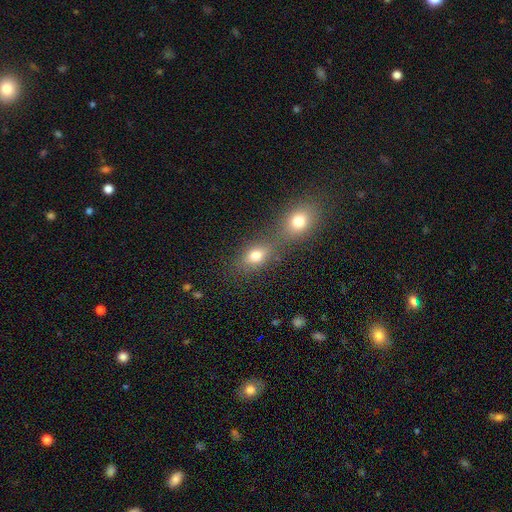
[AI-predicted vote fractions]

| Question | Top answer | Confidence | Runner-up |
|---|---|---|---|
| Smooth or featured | smooth | 76% | star or artifact (13%) |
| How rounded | in between | 67% | round (30%) |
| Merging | merger | 46% | none (42%) |